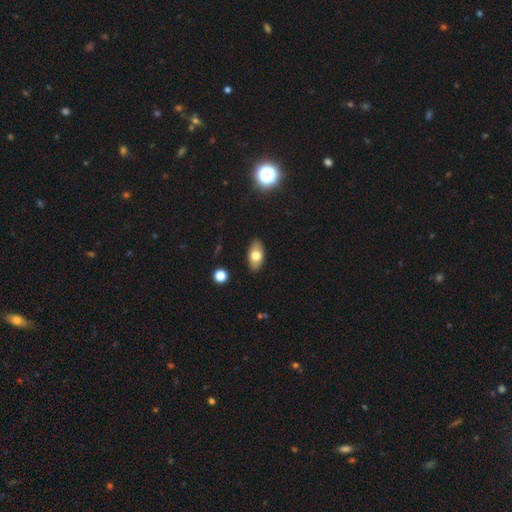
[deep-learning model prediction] A smooth galaxy with no disk features (74%) that is in between round and cigar-shaped (91%).

Vote fractions:
- Smooth or featured? smooth: 74% / featured or disk: 19% / star or artifact: 8%
- How rounded? in between: 91% / round: 5% / cigar-shaped: 4%
- Merging? none: 87% / minor disturbance: 10% / major disturbance: 2% / merger: 1%